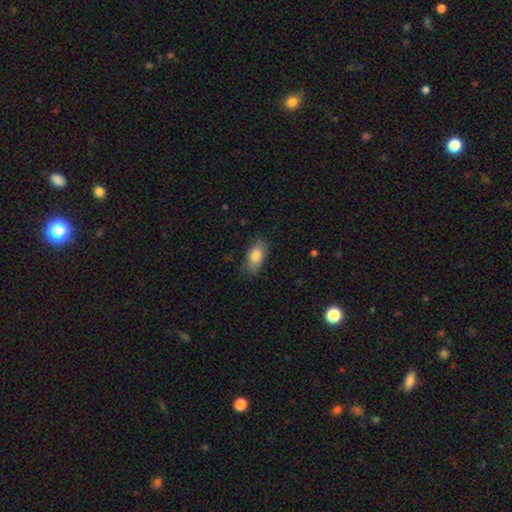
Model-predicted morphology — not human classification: The model was most divided on "merging": none: 79%, minor disturbance: 16%, major disturbance: 4%, merger: 1%. More confident: how rounded — in between (89%); smooth or featured — smooth (83%).